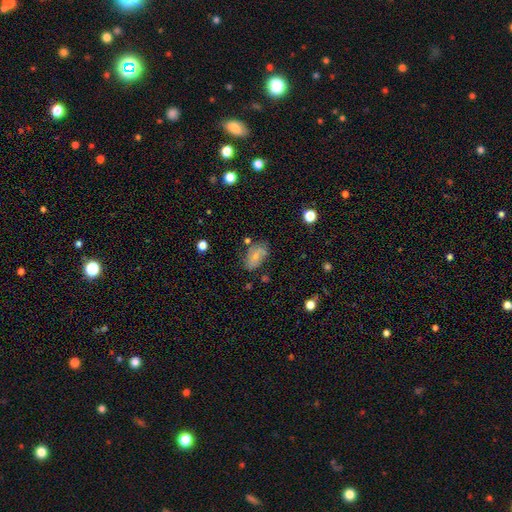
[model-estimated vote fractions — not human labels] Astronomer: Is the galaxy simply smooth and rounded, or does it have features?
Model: smooth — 54% (runner-up: featured or disk, 36%).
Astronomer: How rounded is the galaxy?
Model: in between — 87%.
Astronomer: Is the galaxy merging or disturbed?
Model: none — 62%.